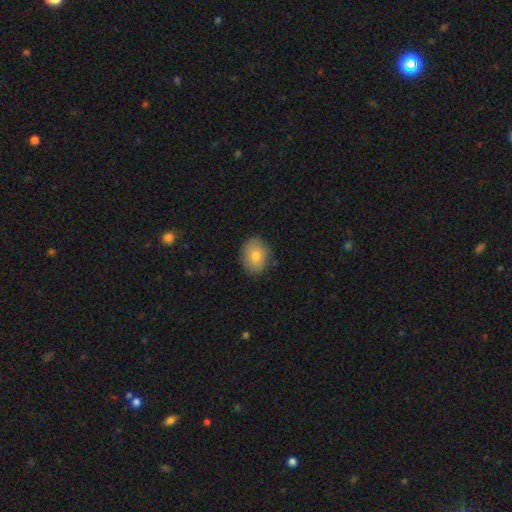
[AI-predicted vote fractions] This appears to be a smooth galaxy with no disk features (80%) that is in between round and cigar-shaped (58%). Merging: none (85%).